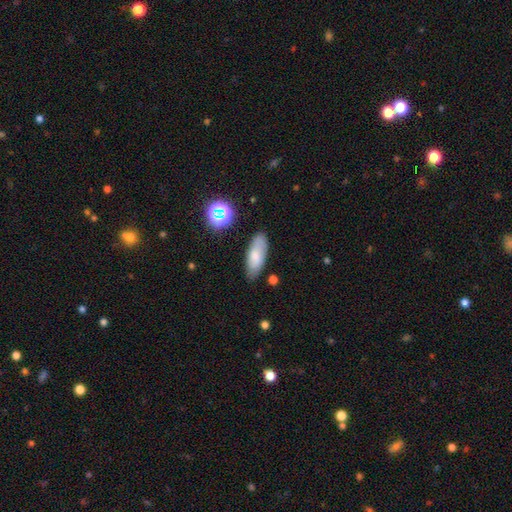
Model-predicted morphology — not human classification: smooth-or-featured: smooth: 74% | featured or disk: 17% | star or artifact: 9%
  how-rounded: in between: 75% | cigar-shaped: 22% | round: 3%
  merging: none: 80% | minor disturbance: 14% | major disturbance: 3% | merger: 3%